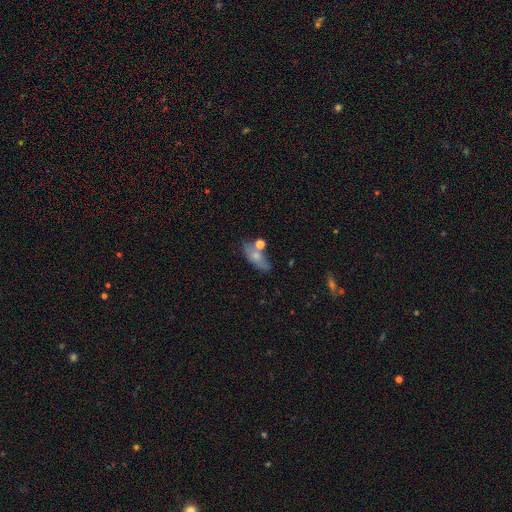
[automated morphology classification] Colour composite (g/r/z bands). It shows a smooth galaxy with no disk features (64%) that is in between round and cigar-shaped (74%). Merging: none (53%).